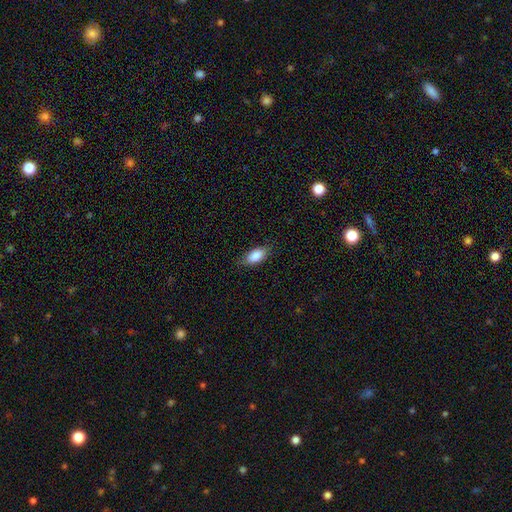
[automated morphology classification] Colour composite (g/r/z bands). It shows a smooth galaxy with no disk features (85%) that is in between round and cigar-shaped (89%). Merging: none (82%).